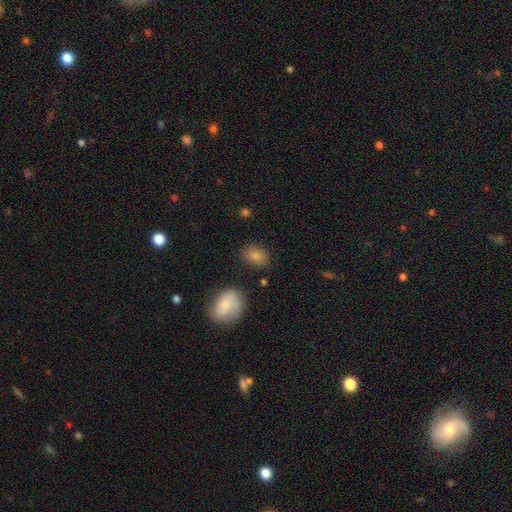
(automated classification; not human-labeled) Smooth or featured: smooth — 83% (star or artifact — 9%)
How rounded: in between — 65% (round — 34%)
Merging: none — 82% (minor disturbance — 12%)